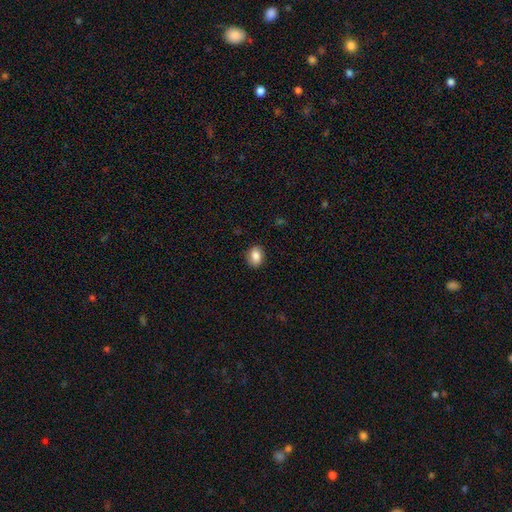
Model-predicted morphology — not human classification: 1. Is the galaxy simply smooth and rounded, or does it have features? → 85% smooth, 8% star or artifact, 7% featured or disk.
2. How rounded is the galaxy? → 63% in between, 36% round, 1% cigar-shaped.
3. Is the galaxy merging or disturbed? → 87% none, 9% minor disturbance, 2% major disturbance, 1% merger.